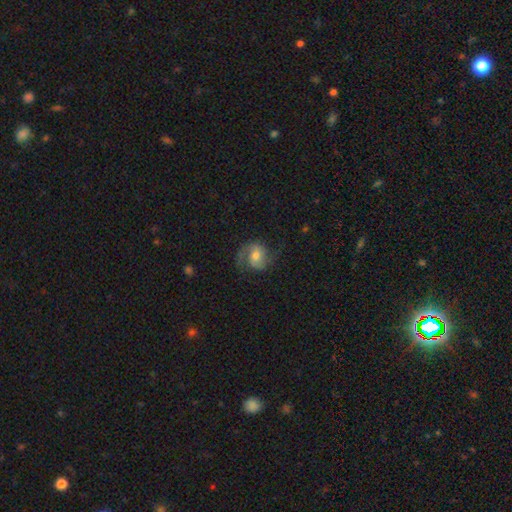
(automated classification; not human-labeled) Smooth or featured? Predicted: featured or disk (p=0.70). Edge-on disk? Predicted: no (p=0.97). Bar? Predicted: no (p=0.49). Spiral arms? Predicted: yes (p=0.93). Spiral winding? Predicted: medium (p=0.49). Spiral arm count? Predicted: 2 (p=0.84). Bulge size? Predicted: moderate (p=0.59). Merging? Predicted: none (p=0.67).